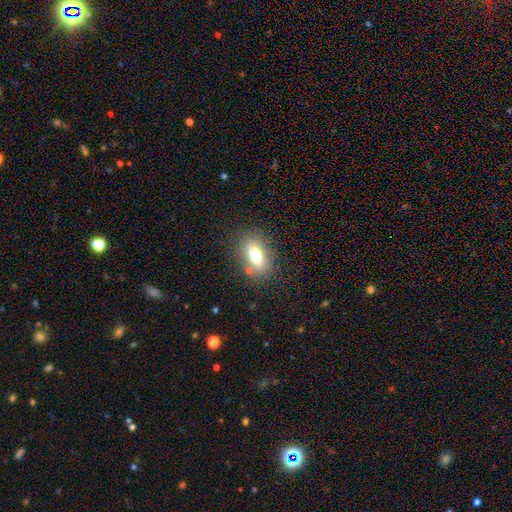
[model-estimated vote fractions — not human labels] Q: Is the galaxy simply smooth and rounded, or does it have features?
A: smooth — 73%.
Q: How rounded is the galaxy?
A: in between — 79%.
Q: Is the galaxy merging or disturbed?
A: none — 79%.